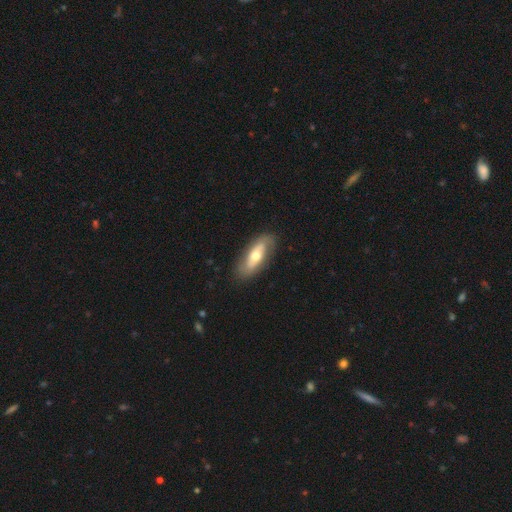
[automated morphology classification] type=featured or disk (50%); edge-on=no (75%); merging=none (82%).